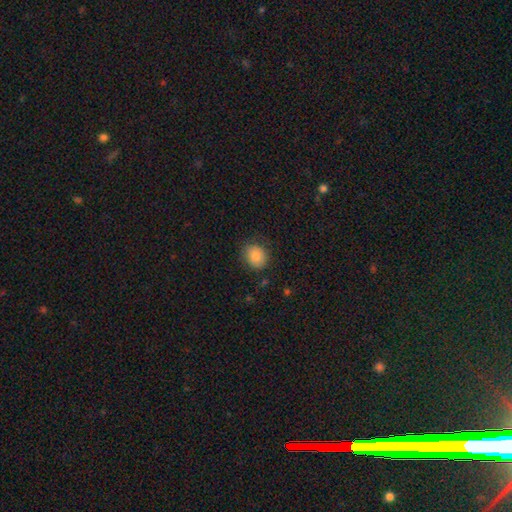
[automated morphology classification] type=smooth (84%); roundness=round (73%); merging=none (79%).